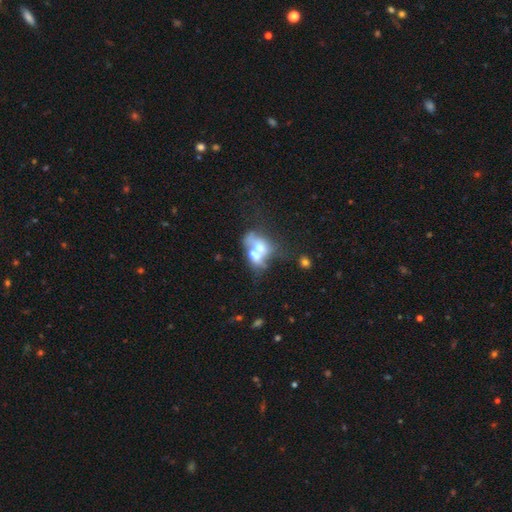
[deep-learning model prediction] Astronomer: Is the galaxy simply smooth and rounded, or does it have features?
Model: smooth — 48% (runner-up: featured or disk, 40%).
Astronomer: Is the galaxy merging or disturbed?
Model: merger — 69%.